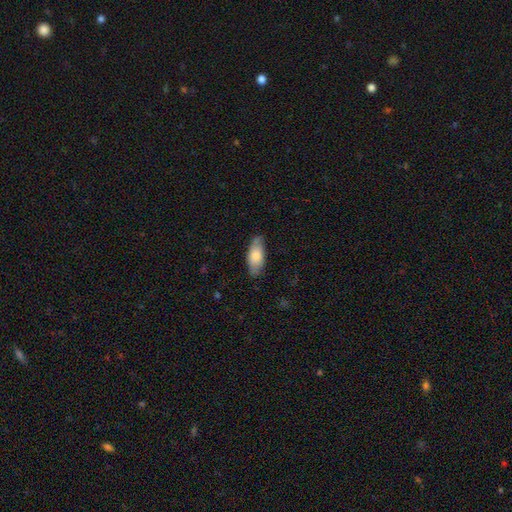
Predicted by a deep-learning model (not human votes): Q: Smooth or featured?
A: smooth (73%); runner-up: featured or disk (21%)
Q: How rounded?
A: in between (81%); runner-up: cigar-shaped (16%)
Q: Merging?
A: none (77%); runner-up: minor disturbance (18%)